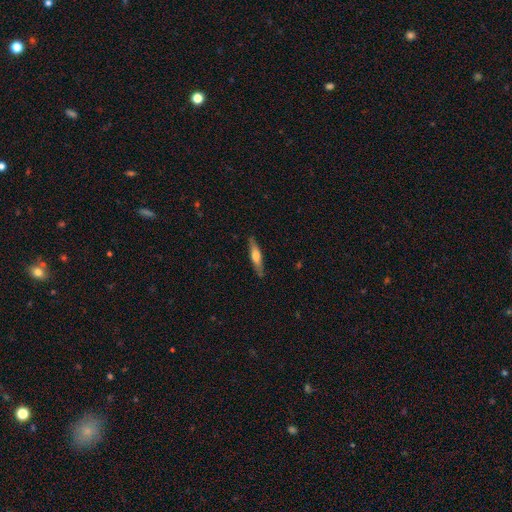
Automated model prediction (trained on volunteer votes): A featured or disk galaxy (49%). Merging: none (87%).